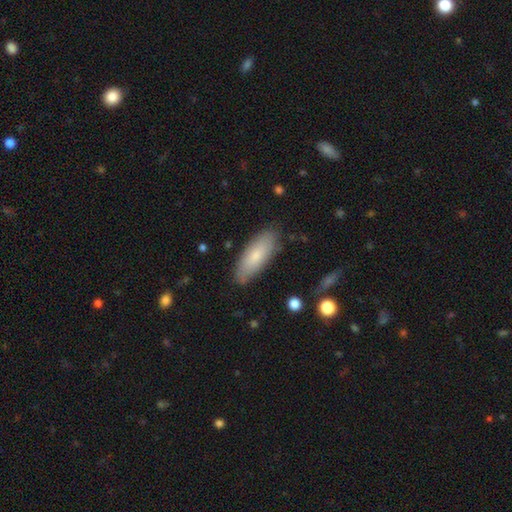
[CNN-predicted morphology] Smooth or featured? Predicted: smooth (p=0.76). How rounded? Predicted: in between (p=0.71). Merging? Predicted: none (p=0.84).